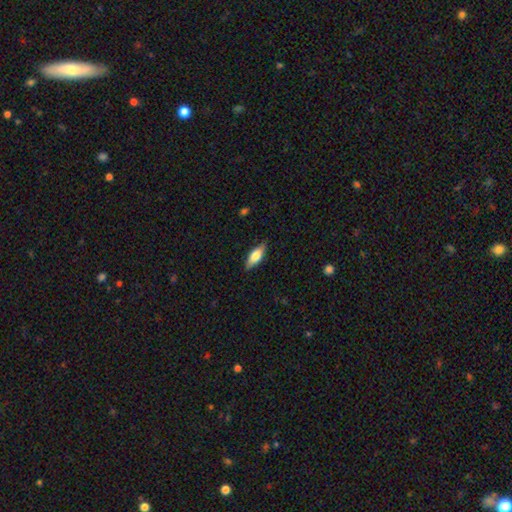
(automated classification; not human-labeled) smooth-or-featured: smooth: 71% | featured or disk: 23% | star or artifact: 6%
  how-rounded: in between: 70% | cigar-shaped: 28% | round: 2%
  merging: none: 85% | minor disturbance: 12% | major disturbance: 2% | merger: 1%